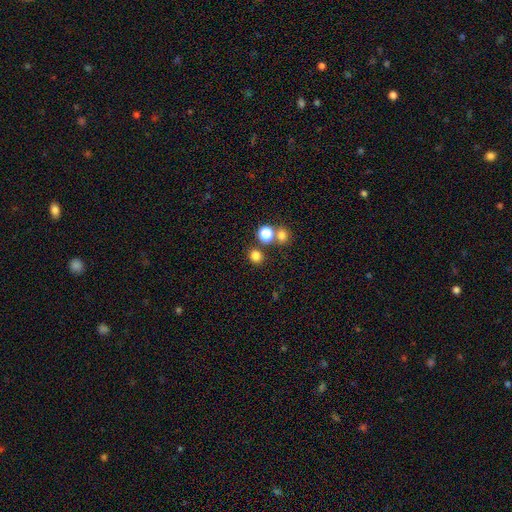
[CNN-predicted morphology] Smooth or featured? Predicted: smooth (p=0.78). How rounded? Predicted: round (p=0.86). Merging? Predicted: none (p=0.79).